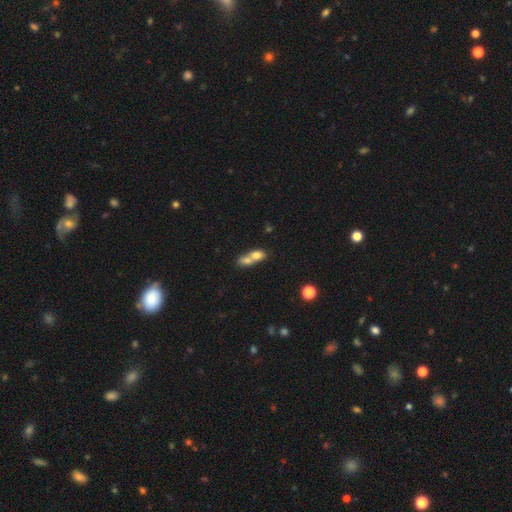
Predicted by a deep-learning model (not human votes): Smooth or featured? Predicted: smooth (p=0.70). How rounded? Predicted: in between (p=0.62). Merging? Predicted: merger (p=0.76).